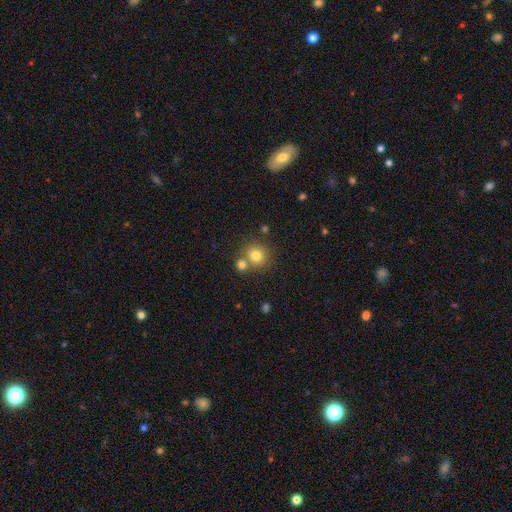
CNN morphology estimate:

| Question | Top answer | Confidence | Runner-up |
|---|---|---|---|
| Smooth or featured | smooth | 79% | star or artifact (12%) |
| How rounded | round | 90% | in between (9%) |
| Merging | none | 64% | merger (25%) |